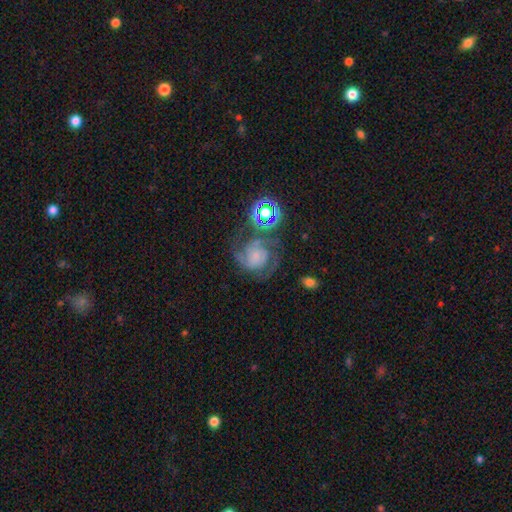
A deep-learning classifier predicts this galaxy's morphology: This appears to be a featured or disk galaxy (69%) with no bar (72%), 2 (48%) medium (43%) spiral arms (91%) and a small central bulge (35%). Merging: none (50%).